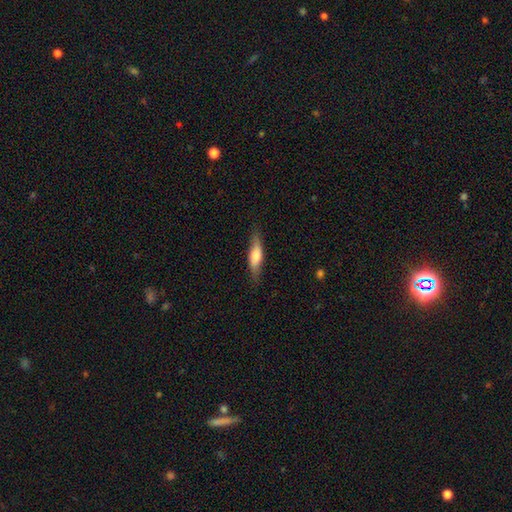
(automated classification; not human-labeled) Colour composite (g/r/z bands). It shows a smooth galaxy with no disk features (66%) that is cigar-shaped (64%). Merging: none (79%).